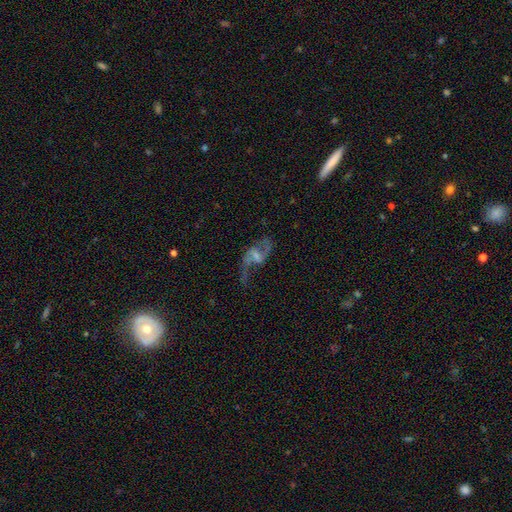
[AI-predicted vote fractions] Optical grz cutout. It shows a featured or disk galaxy (83%) with a weak bar (53%), 2 (90%) loose (75%) spiral arms (91%) and a small central bulge (38%). Merging: none (56%).